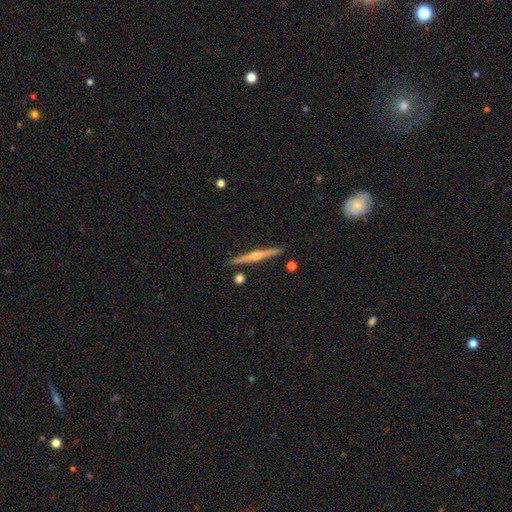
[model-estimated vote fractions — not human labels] This is likely a featured or disk galaxy (76%). It is clearly viewed edge-on (98%). Edge-on bulge: clearly rounded (88%). Merging: clearly none (90%).